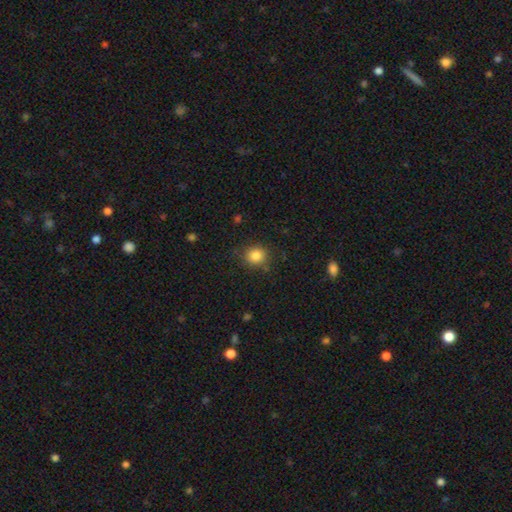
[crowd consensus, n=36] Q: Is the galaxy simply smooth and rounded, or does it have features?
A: smooth — 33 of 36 (92%).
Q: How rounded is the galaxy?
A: round — 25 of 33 (76%).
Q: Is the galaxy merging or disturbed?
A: none — 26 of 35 (74%).